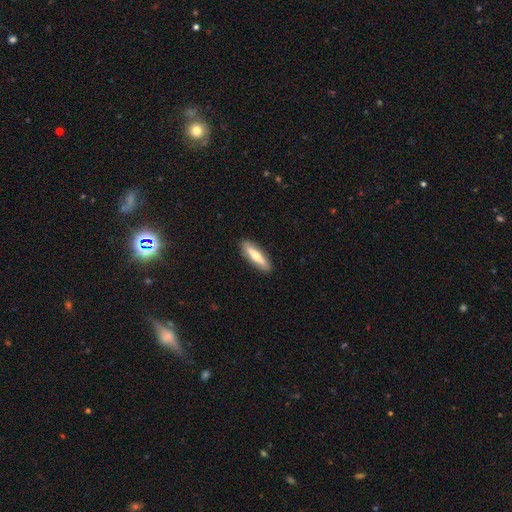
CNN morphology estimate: The model was most divided on "smooth or featured": smooth: 57%, featured or disk: 37%, star or artifact: 5%. More confident: merging — none (90%); how rounded — cigar-shaped (71%).